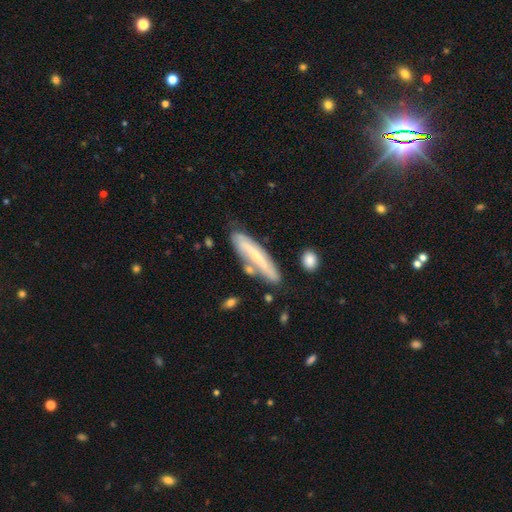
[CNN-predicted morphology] A featured or disk galaxy (51%) viewed edge-on (65%).

Vote fractions:
- Smooth or featured? featured or disk: 51% / smooth: 42% / star or artifact: 7%
- Edge-on disk? yes: 65% / no: 35%
- Merging? none: 69% / minor disturbance: 18% / merger: 8% / major disturbance: 4%